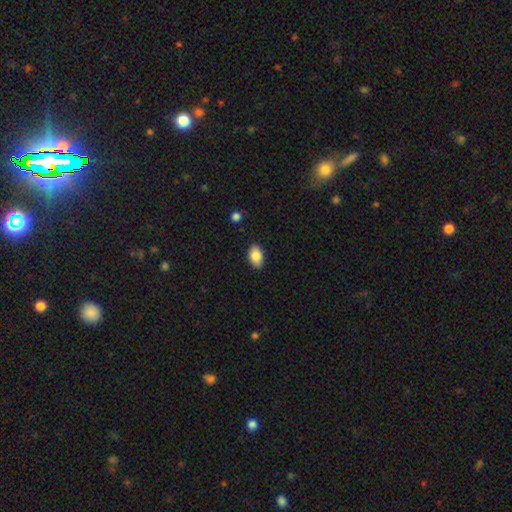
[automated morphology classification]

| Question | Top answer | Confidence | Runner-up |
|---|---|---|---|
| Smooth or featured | smooth | 86% | star or artifact (7%) |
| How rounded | in between | 91% | round (8%) |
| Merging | none | 87% | minor disturbance (10%) |